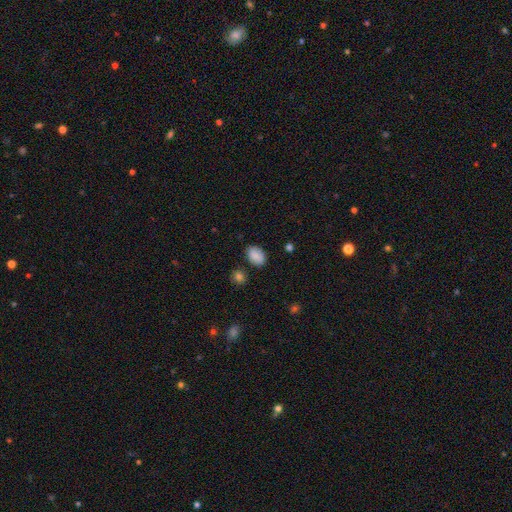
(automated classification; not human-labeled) Q: Smooth or featured?
A: smooth (87%); runner-up: star or artifact (8%)
Q: How rounded?
A: in between (84%); runner-up: round (15%)
Q: Merging?
A: none (82%); runner-up: minor disturbance (13%)